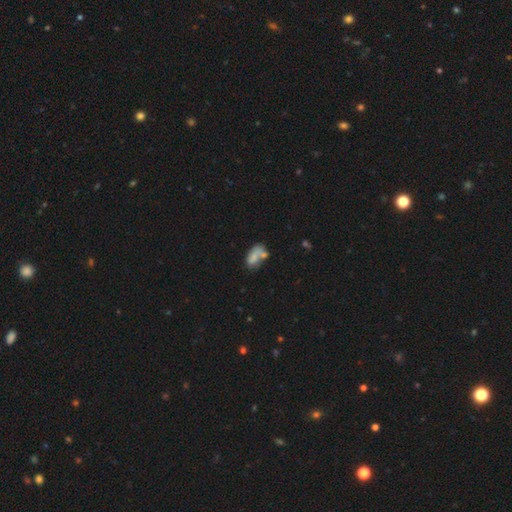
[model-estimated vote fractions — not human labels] The model was most divided on "merging": merger: 34%, none: 31%, minor disturbance: 20%, major disturbance: 15%. More confident: how rounded — in between (88%); smooth or featured — smooth (65%).